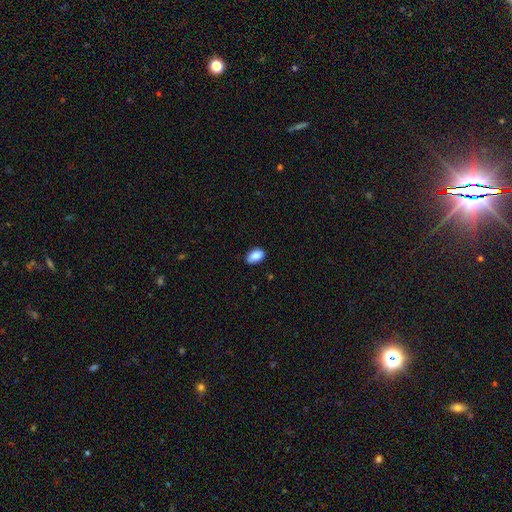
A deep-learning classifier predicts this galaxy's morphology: smooth_or_featured: smooth (p=0.88) [alt: star or artifact p=0.07]
how_rounded: in between (p=0.92) [alt: round p=0.07]
merging: none (p=0.84) [alt: minor disturbance p=0.13]